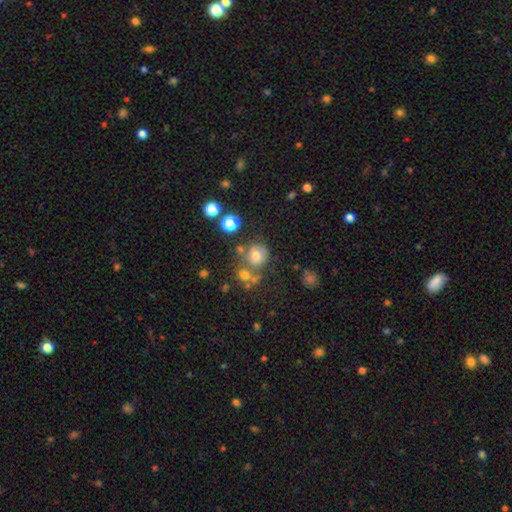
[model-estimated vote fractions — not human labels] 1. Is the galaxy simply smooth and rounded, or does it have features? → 70% smooth, 17% star or artifact, 13% featured or disk.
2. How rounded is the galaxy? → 84% round, 15% in between, 1% cigar-shaped.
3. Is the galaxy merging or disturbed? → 60% none, 20% merger, 13% minor disturbance, 6% major disturbance.